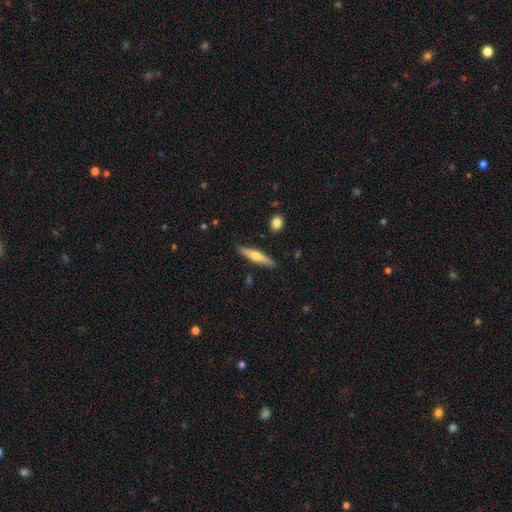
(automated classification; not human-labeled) Overall: smooth (50%; featured or disk 44%). How rounded: cigar-shaped (82%). Merging: none (87%).